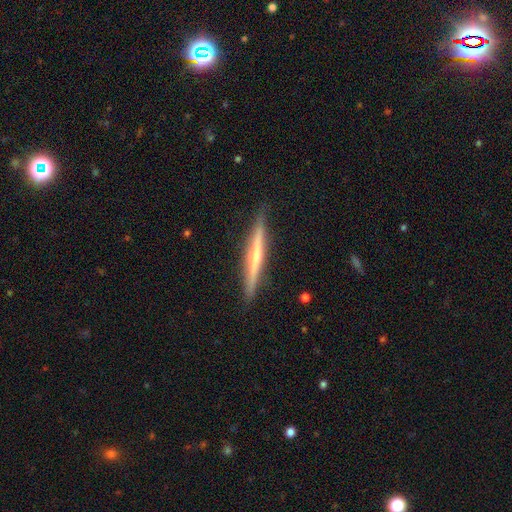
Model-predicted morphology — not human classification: type=featured or disk (64%); edge-on=yes (97%); edge-on bulge=rounded (51%); merging=none (90%).